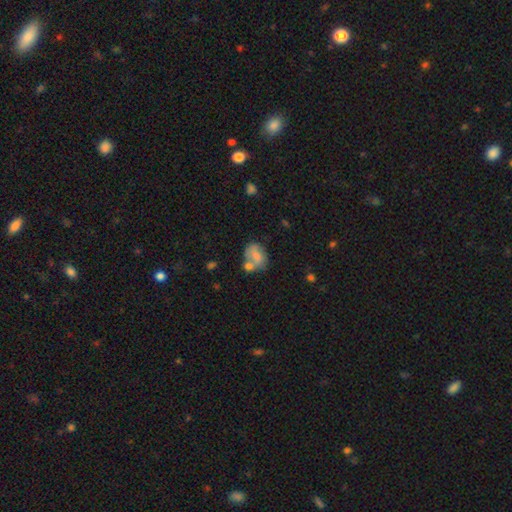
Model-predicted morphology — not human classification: smooth_or_featured: smooth (p=0.65) [alt: featured or disk p=0.26]
how_rounded: in between (p=0.63) [alt: round p=0.36]
merging: merger (p=0.39) [alt: none p=0.34]